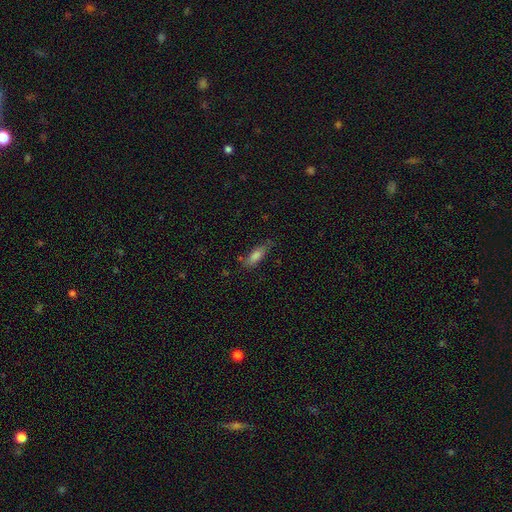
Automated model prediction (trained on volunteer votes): This appears to be a smooth galaxy with no disk features (76%) that is in between round and cigar-shaped (55%). Merging: none (67%).